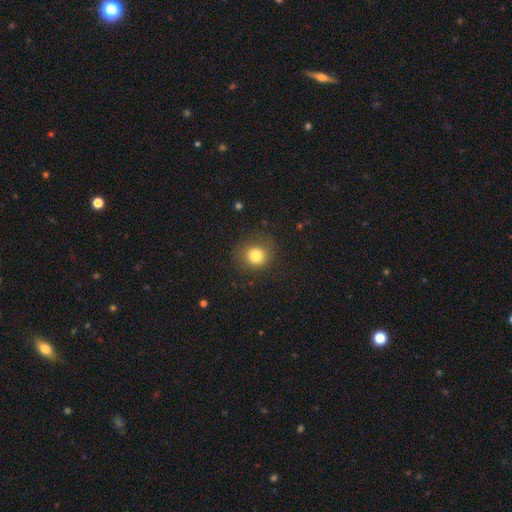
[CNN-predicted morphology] This is clearly a smooth galaxy (80%). How rounded: clearly round (83%). Merging: likely none (79%).